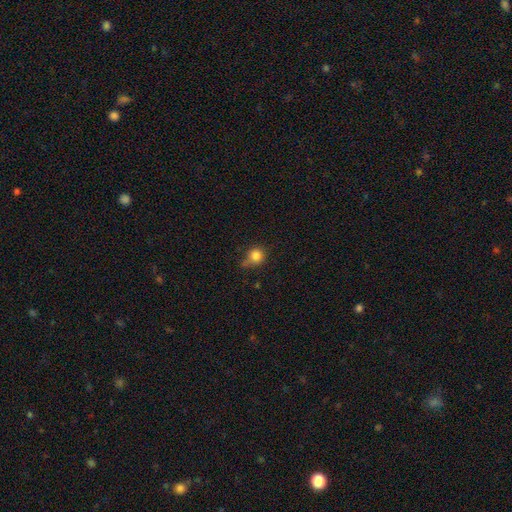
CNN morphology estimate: Smooth or featured?
  - smooth: 81% *
  - star or artifact: 11%
  - featured or disk: 7%
How rounded?
  - round: 80% *
  - in between: 19%
  - cigar-shaped: 1%
Merging?
  - none: 48% *
  - minor disturbance: 34%
  - major disturbance: 13%
  - merger: 5%